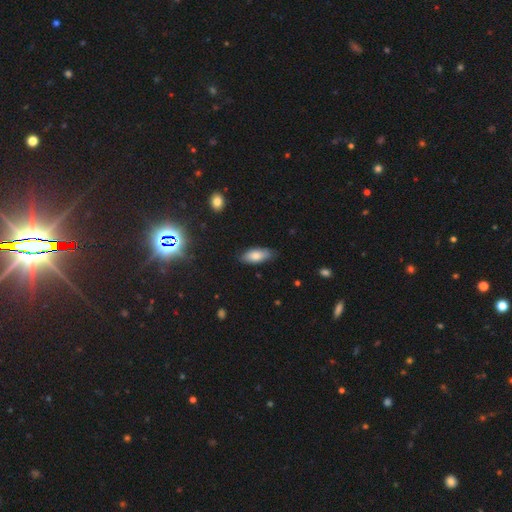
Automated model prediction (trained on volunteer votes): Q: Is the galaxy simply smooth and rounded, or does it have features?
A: smooth — 77%.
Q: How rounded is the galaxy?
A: in between — 81%.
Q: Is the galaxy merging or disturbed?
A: none — 81%.